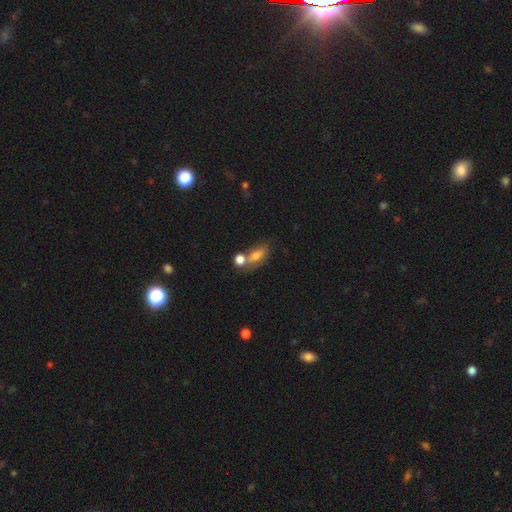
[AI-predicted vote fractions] Q: Smooth or featured?
A: smooth (72%); runner-up: featured or disk (17%)
Q: How rounded?
A: in between (74%); runner-up: cigar-shaped (14%)
Q: Merging?
A: none (46%); runner-up: merger (32%)